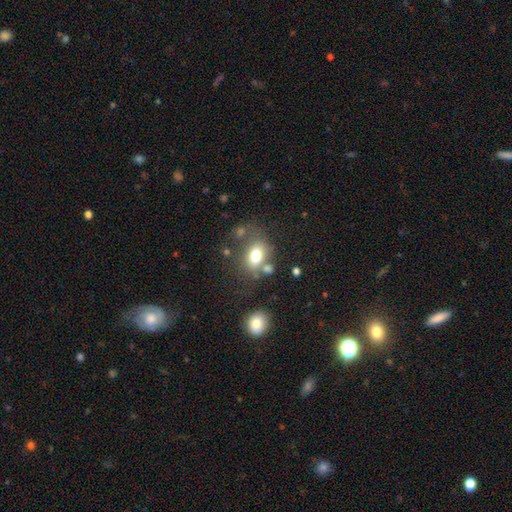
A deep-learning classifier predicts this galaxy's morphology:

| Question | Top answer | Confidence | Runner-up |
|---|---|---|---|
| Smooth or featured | smooth | 75% | featured or disk (15%) |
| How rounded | in between | 70% | round (29%) |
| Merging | none | 52% | minor disturbance (18%) |